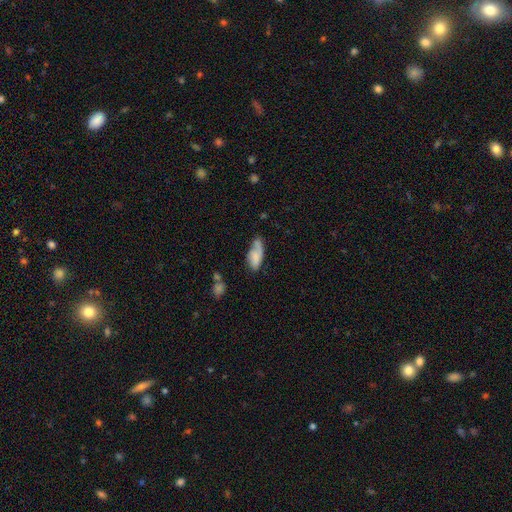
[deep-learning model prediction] This appears to be a smooth galaxy with no disk features (68%) that is in between round and cigar-shaped (83%). Merging: none (45%).